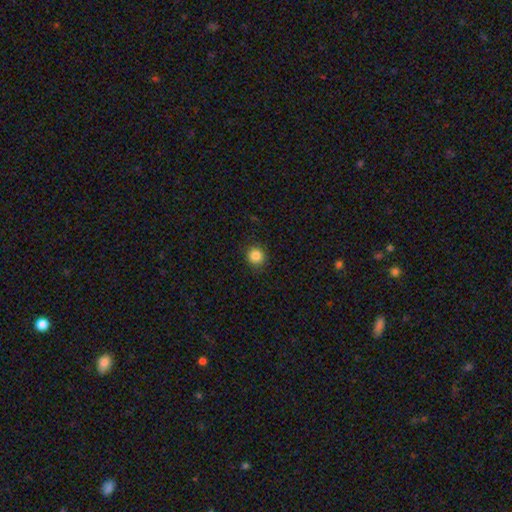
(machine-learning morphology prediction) Smooth or featured? smooth (85%)
How rounded? round (92%)
Merging? none (90%)